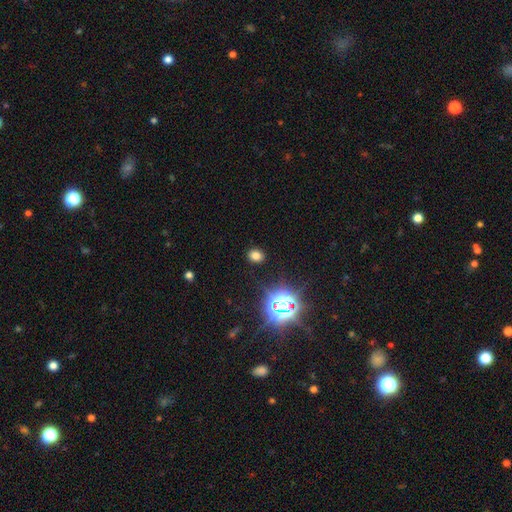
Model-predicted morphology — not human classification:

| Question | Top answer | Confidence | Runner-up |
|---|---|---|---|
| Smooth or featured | smooth | 70% | star or artifact (24%) |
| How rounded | round | 53% | in between (45%) |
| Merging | none | 88% | minor disturbance (8%) |